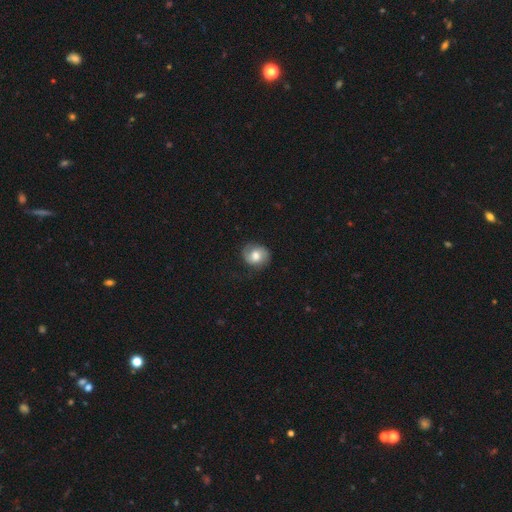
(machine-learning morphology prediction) Smooth or featured? Predicted: smooth (p=0.57). How rounded? Predicted: round (p=0.70). Merging? Predicted: none (p=0.73).